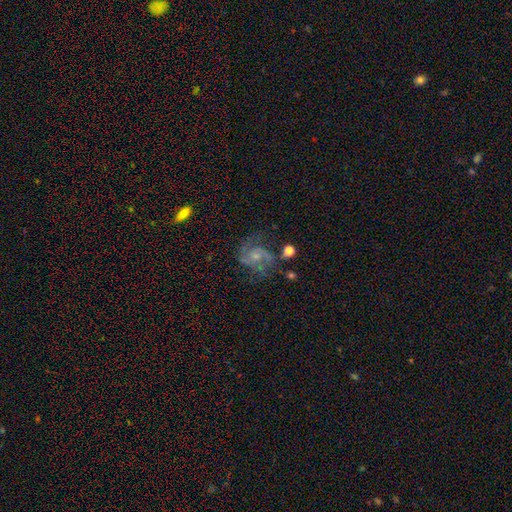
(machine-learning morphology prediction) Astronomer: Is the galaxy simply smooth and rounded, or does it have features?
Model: featured or disk — 71%.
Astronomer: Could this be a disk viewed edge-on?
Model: no — 98%.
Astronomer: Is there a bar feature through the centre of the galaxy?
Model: no — 70%.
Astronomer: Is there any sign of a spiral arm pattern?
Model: yes — 86%.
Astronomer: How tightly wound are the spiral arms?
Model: medium — 48% (runner-up: loose, 29%).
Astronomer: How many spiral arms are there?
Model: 2 — 51%.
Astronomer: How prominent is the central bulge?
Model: small — 62%.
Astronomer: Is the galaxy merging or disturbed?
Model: none — 52%.